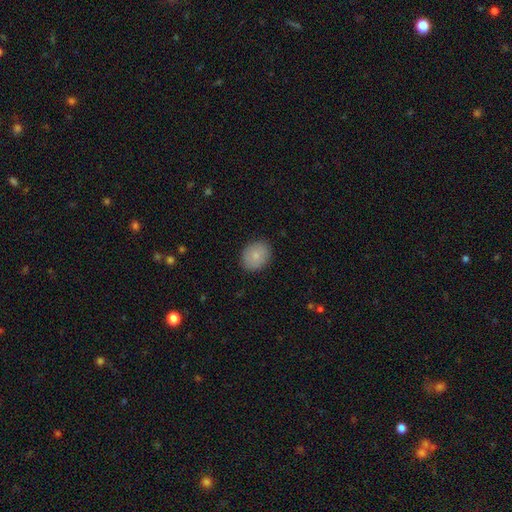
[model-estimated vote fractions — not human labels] A smooth galaxy with no disk features (81%) that is in between round and cigar-shaped (57%).

Vote fractions:
- Smooth or featured? smooth: 81% / featured or disk: 11% / star or artifact: 7%
- How rounded? in between: 57% / round: 42% / cigar-shaped: 1%
- Merging? none: 87% / minor disturbance: 10% / major disturbance: 2% / merger: 1%